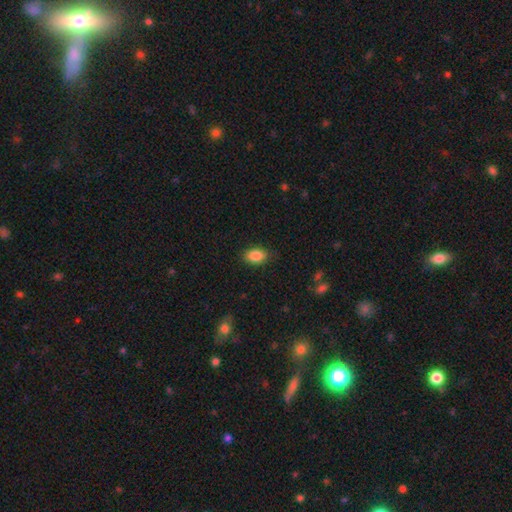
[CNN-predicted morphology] Smooth or featured: smooth — 88% (star or artifact — 8%)
How rounded: in between — 87% (round — 11%)
Merging: none — 85% (minor disturbance — 11%)